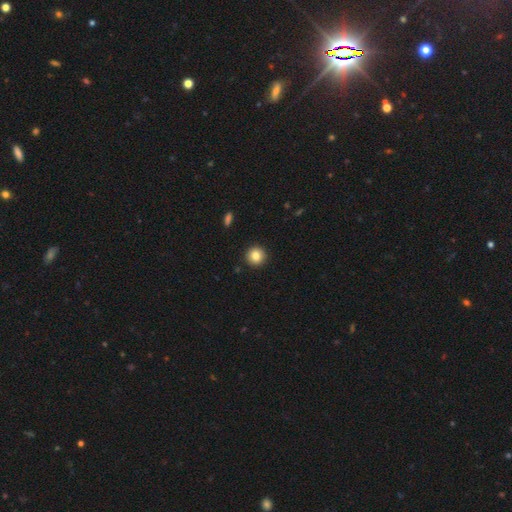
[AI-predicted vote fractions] Smooth or featured?
  - smooth: 83% *
  - star or artifact: 9%
  - featured or disk: 8%
How rounded?
  - round: 94% *
  - in between: 5%
  - cigar-shaped: 1%
Merging?
  - none: 92% *
  - minor disturbance: 5%
  - major disturbance: 2%
  - merger: 1%